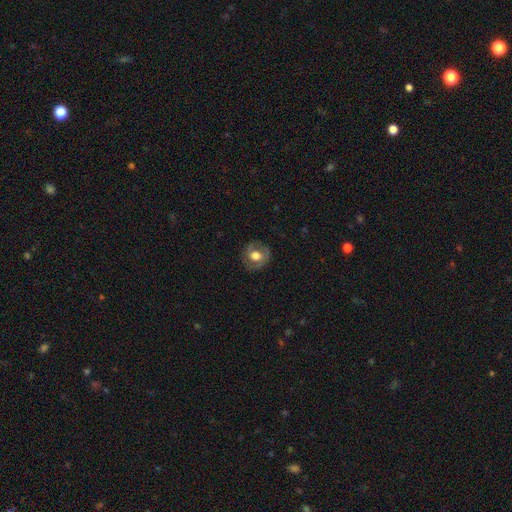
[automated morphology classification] The model was most divided on "smooth or featured": smooth: 47%, featured or disk: 45%, star or artifact: 8%. More confident: merging — none (79%).